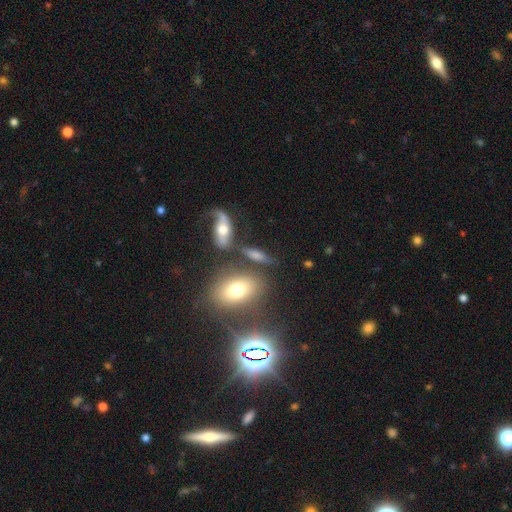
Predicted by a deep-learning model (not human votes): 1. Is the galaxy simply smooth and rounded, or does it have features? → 45% smooth, 32% featured or disk, 23% star or artifact.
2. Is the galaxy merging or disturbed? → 63% none, 16% minor disturbance, 14% merger, 8% major disturbance.